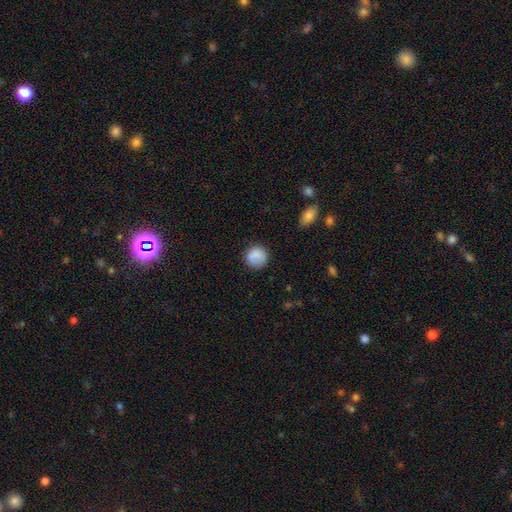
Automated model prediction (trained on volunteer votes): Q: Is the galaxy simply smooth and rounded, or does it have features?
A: smooth — 86%.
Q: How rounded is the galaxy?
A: round — 90%.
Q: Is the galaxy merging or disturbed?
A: none — 81%.